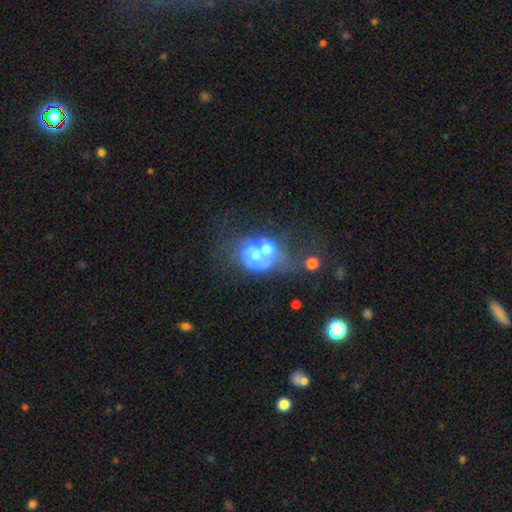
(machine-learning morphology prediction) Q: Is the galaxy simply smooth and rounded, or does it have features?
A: smooth — 51%.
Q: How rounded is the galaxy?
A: round — 54%.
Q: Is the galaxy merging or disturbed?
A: merger — 73%.